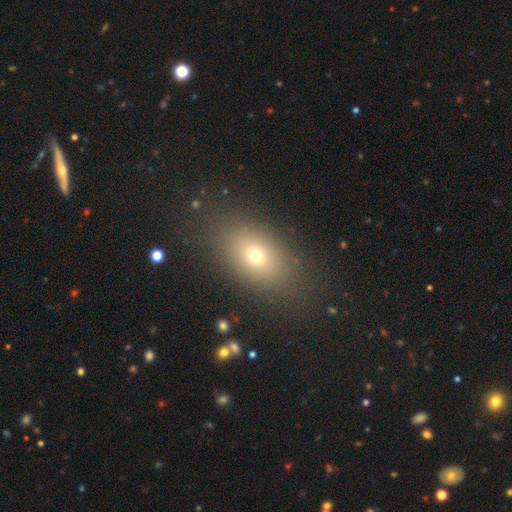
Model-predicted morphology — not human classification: A smooth galaxy with no disk features (67%) that is in between round and cigar-shaped (78%). Merging: none (83%).